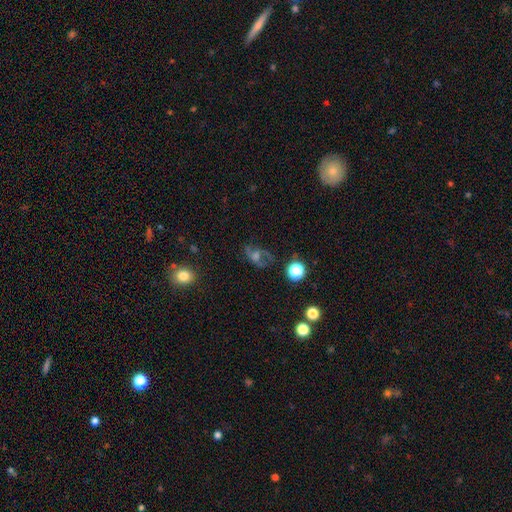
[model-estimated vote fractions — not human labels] Overall: featured or disk (46%; smooth 31%). Merging: none (59%).